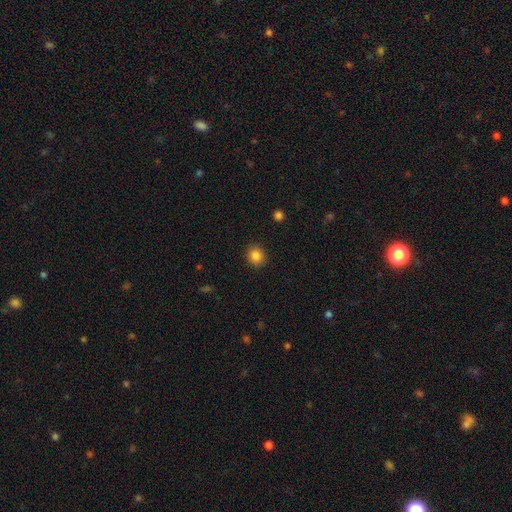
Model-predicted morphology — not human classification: smooth 85%, star or artifact 10%, featured or disk 4%. Down the decision tree: how rounded — round (82%); merging — none (91%).